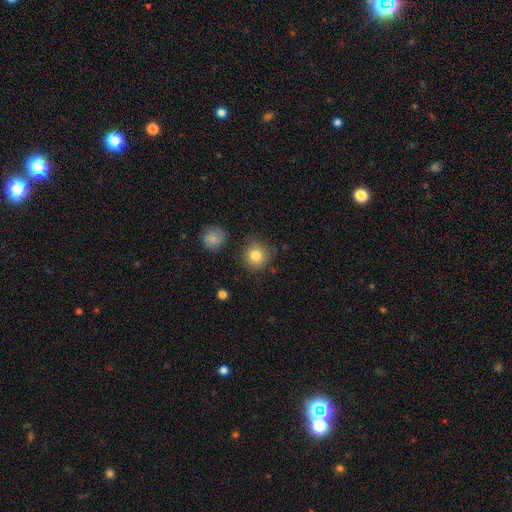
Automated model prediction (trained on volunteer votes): Morphology: type=smooth (81%); roundness=round (93%); merging=none (83%).